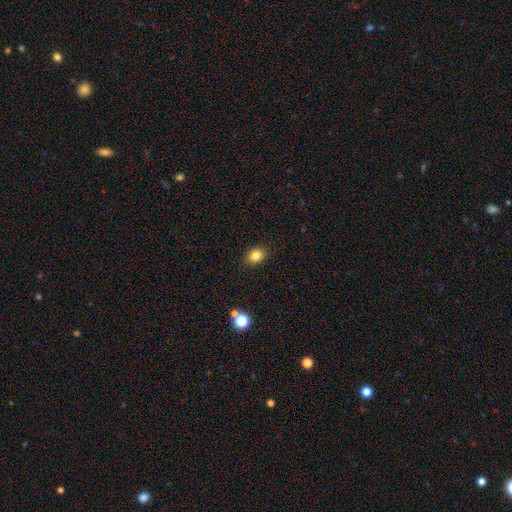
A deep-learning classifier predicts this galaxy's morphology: smooth-or-featured: smooth: 83% | star or artifact: 11% | featured or disk: 6%
  how-rounded: in between: 50% | round: 49% | cigar-shaped: 1%
  merging: none: 89% | minor disturbance: 8% | major disturbance: 2% | merger: 1%